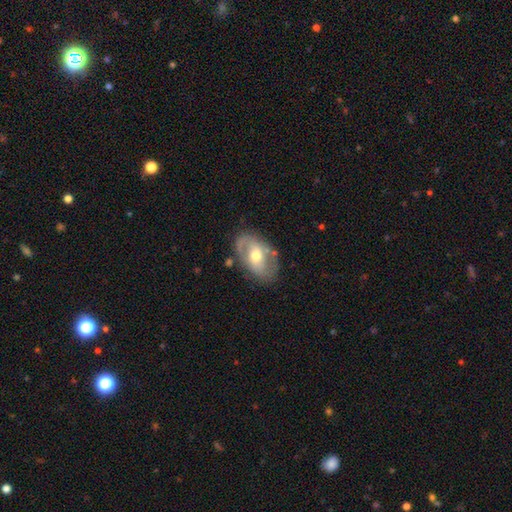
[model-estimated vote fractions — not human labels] This appears to be a featured or disk galaxy (66%) with no bar (42%), spiral arms (63%) and a moderate central bulge (72%). Merging: none (70%).